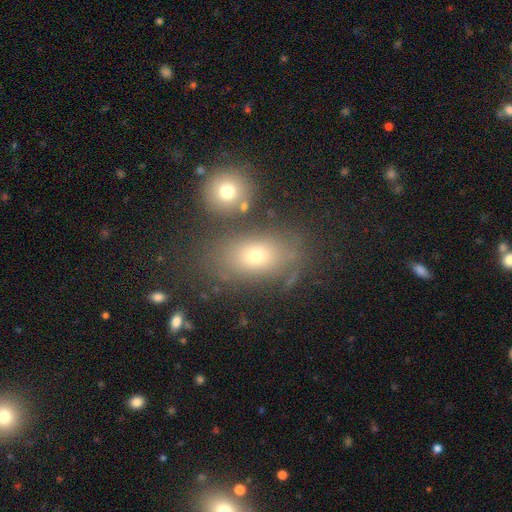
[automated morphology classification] Overall: smooth (69%). How rounded: in between (80%). Merging: none (64%).